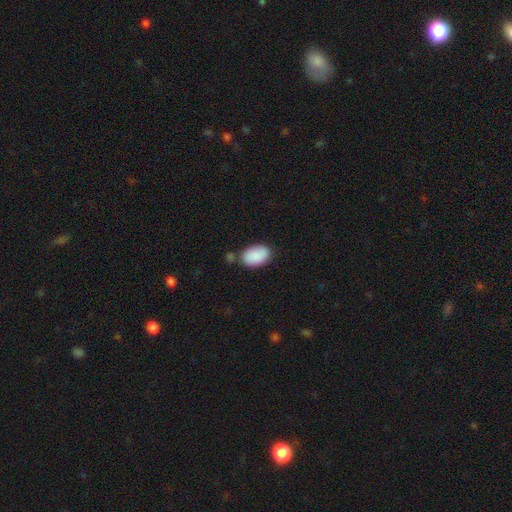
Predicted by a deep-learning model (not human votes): smooth-or-featured: smooth: 90% | star or artifact: 6% | featured or disk: 4%
  how-rounded: in between: 91% | round: 7% | cigar-shaped: 1%
  merging: none: 70% | minor disturbance: 17% | merger: 9% | major disturbance: 4%